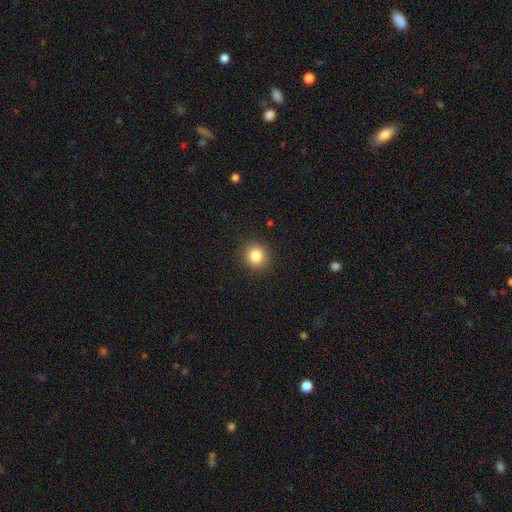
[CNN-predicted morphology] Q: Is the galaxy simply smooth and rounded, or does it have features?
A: smooth — 84%.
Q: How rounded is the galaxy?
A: round — 90%.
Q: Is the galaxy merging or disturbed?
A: none — 91%.